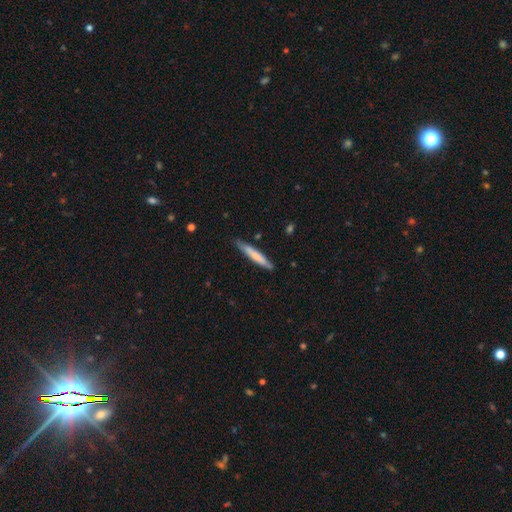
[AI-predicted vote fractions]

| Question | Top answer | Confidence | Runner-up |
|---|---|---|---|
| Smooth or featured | smooth | 66% | featured or disk (29%) |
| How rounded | cigar-shaped | 94% | in between (5%) |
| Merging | none | 82% | minor disturbance (14%) |